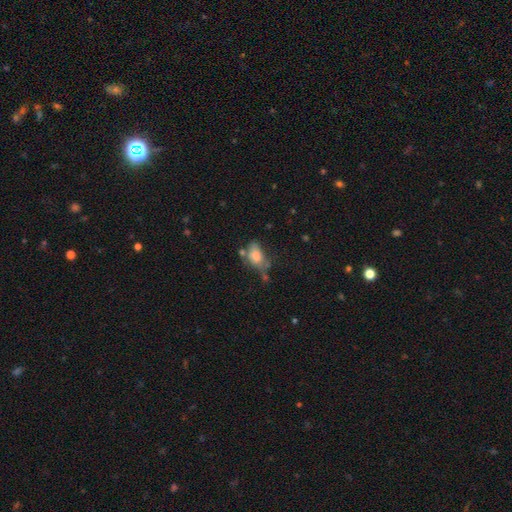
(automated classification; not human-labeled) Smooth or featured? Predicted: smooth (p=0.67). How rounded? Predicted: in between (p=0.81). Merging? Predicted: none (p=0.36).